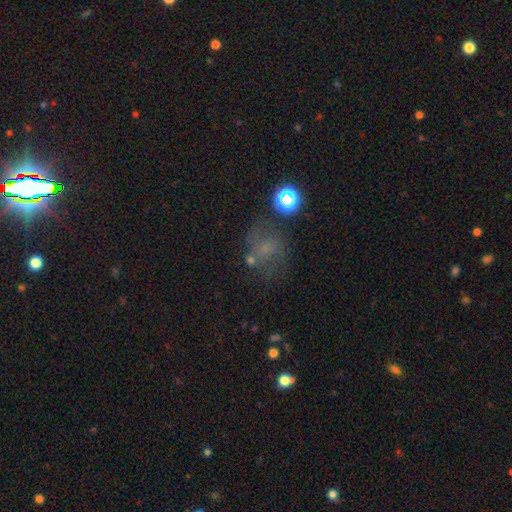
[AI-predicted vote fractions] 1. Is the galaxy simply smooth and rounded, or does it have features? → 43% smooth, 30% featured or disk, 27% star or artifact.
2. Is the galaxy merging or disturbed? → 54% none, 20% minor disturbance, 18% major disturbance, 9% merger.